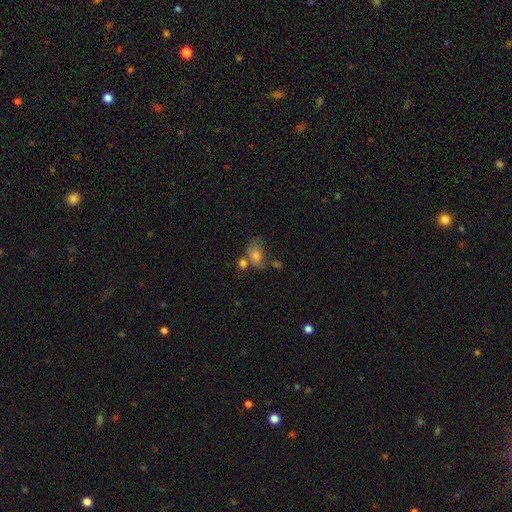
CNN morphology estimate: The model was most divided on "merging": none: 33%, merger: 27%, minor disturbance: 22%, major disturbance: 18%. More confident: how rounded — in between (73%); smooth or featured — smooth (65%).